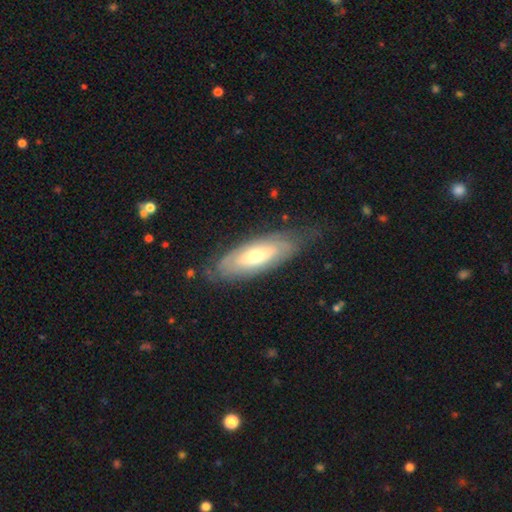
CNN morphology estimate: Q: Smooth or featured?
A: featured or disk (61%); runner-up: smooth (32%)
Q: Edge-on disk?
A: no (75%); runner-up: yes (25%)
Q: Merging?
A: none (75%); runner-up: minor disturbance (19%)